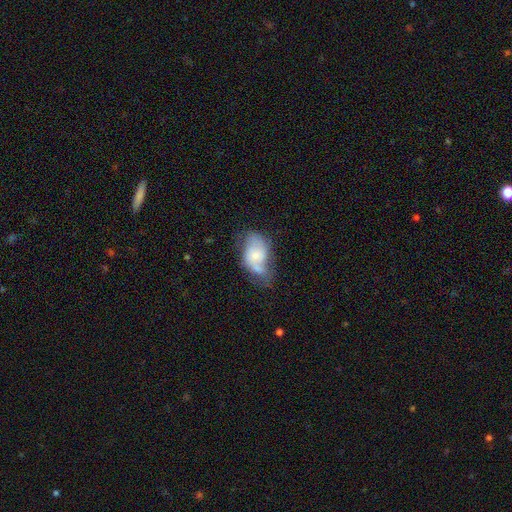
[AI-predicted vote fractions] smooth_or_featured: smooth (p=0.47) [alt: featured or disk p=0.46]
merging: none (p=0.29) [alt: minor disturbance p=0.28]